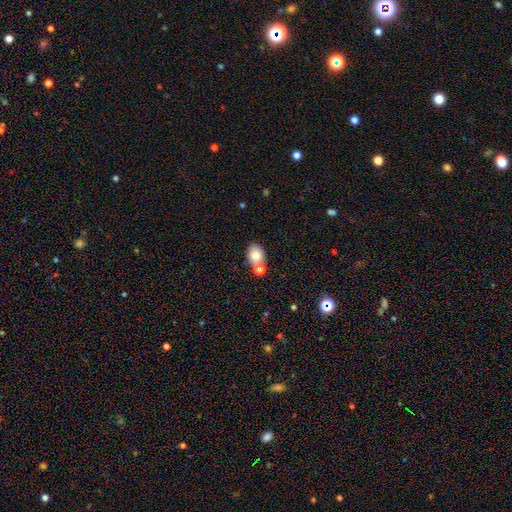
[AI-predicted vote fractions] smooth_or_featured: smooth (p=0.77) [alt: featured or disk p=0.13]
how_rounded: in between (p=0.64) [alt: round p=0.35]
merging: none (p=0.60) [alt: merger p=0.24]